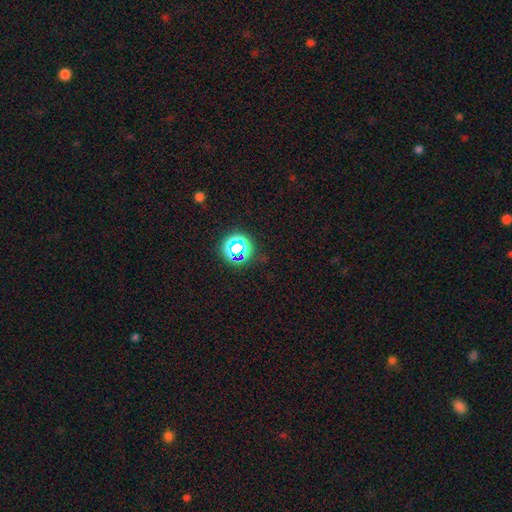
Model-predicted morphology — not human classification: Smooth or featured? Predicted: star or artifact (p=0.69).